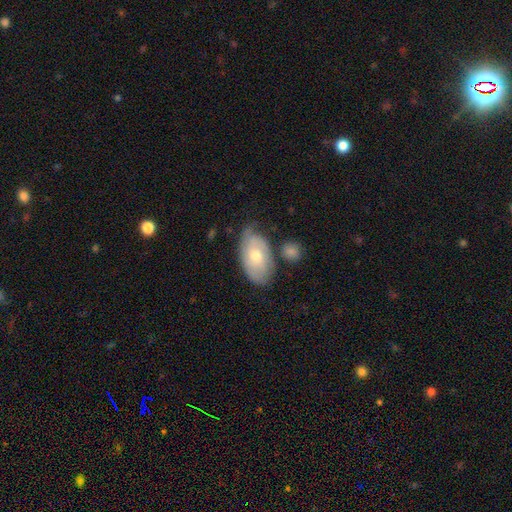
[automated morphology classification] smooth-or-featured: smooth: 49% | featured or disk: 45% | star or artifact: 6%
  merging: none: 57% | minor disturbance: 26% | merger: 9% | major disturbance: 8%